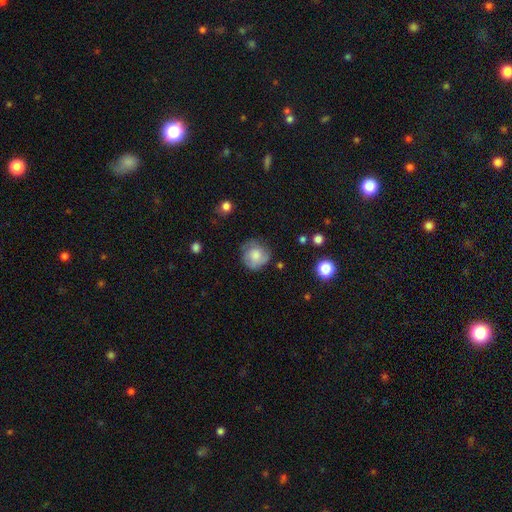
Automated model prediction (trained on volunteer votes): smooth-or-featured: smooth: 66% | featured or disk: 27% | star or artifact: 8%
  how-rounded: round: 88% | in between: 11% | cigar-shaped: 1%
  merging: none: 66% | minor disturbance: 23% | major disturbance: 9% | merger: 2%